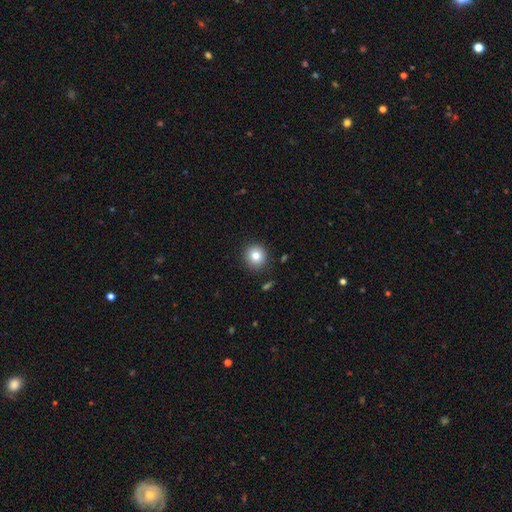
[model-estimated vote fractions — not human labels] smooth-or-featured: smooth: 82% | star or artifact: 10% | featured or disk: 8%
  how-rounded: round: 92% | in between: 7% | cigar-shaped: 1%
  merging: none: 89% | minor disturbance: 7% | major disturbance: 2% | merger: 2%